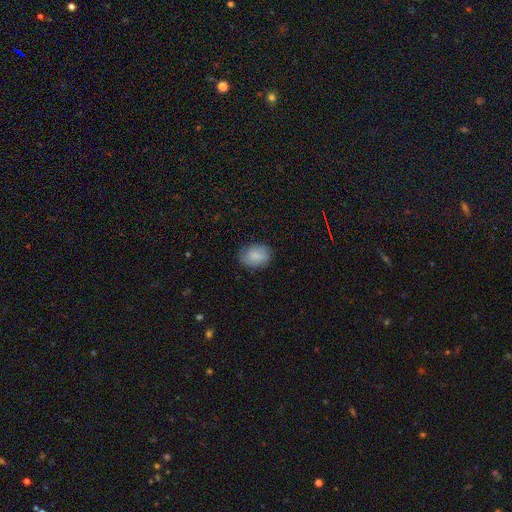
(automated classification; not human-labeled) Q: Smooth or featured?
A: smooth (81%); runner-up: featured or disk (12%)
Q: How rounded?
A: in between (70%); runner-up: round (29%)
Q: Merging?
A: none (78%); runner-up: minor disturbance (17%)